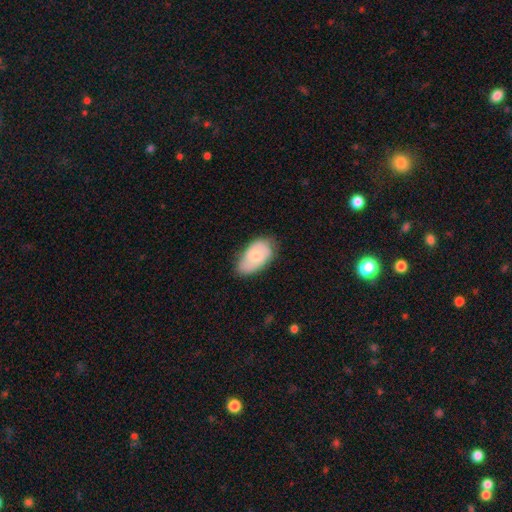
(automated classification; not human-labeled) Smooth or featured? smooth (48%)
Merging? none (69%)